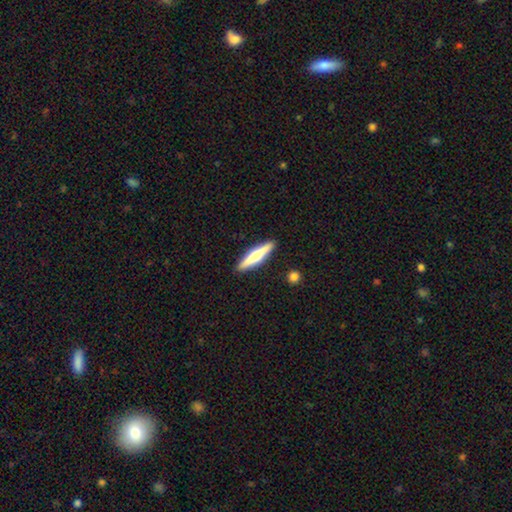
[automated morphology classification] smooth-or-featured: featured or disk: 50% | smooth: 45% | star or artifact: 5%
  merging: none: 91% | minor disturbance: 6% | major disturbance: 1% | merger: 1%